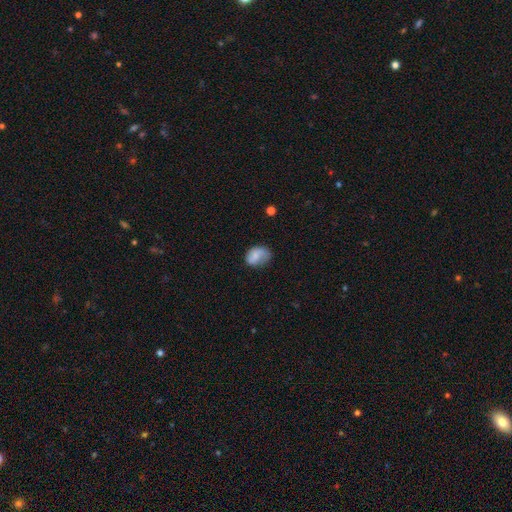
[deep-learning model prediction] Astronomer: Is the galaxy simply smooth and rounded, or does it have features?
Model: smooth — 69%.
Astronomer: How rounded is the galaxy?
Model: in between — 72%.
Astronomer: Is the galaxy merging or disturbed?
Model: none — 44% (runner-up: minor disturbance, 35%).